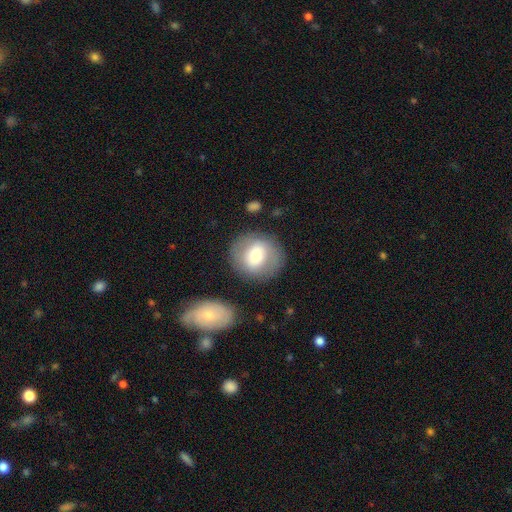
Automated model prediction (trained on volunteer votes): A smooth galaxy with no disk features (59%) that is round (84%).

Vote fractions:
- Smooth or featured? smooth: 59% / featured or disk: 33% / star or artifact: 8%
- How rounded? round: 84% / in between: 15% / cigar-shaped: 1%
- Merging? none: 81% / minor disturbance: 11% / major disturbance: 5% / merger: 4%